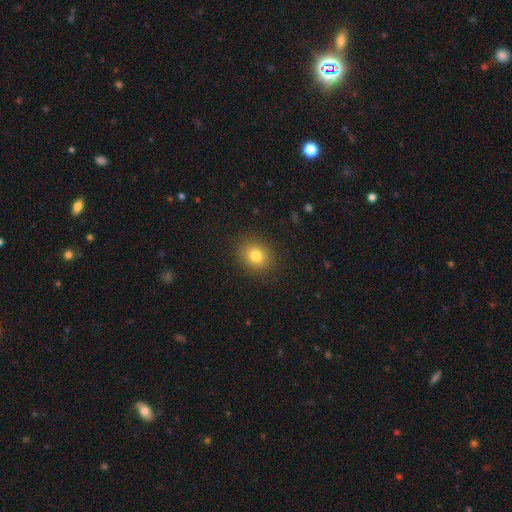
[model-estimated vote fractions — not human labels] Smooth or featured? Predicted: smooth (p=0.80). How rounded? Predicted: round (p=0.65). Merging? Predicted: none (p=0.89).